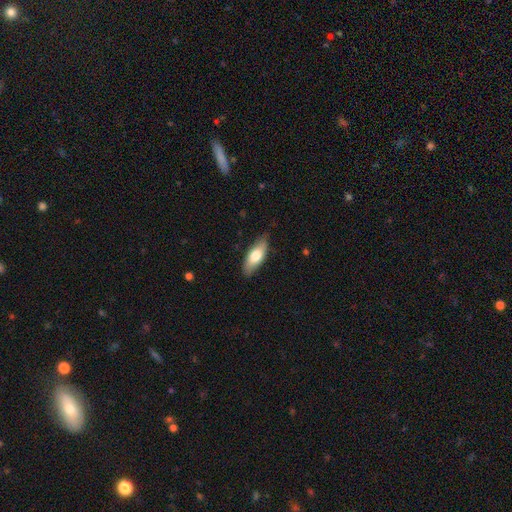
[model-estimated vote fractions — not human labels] smooth 71%, featured or disk 23%, star or artifact 5%. Down the decision tree: how rounded — in between (71%); merging — none (84%).